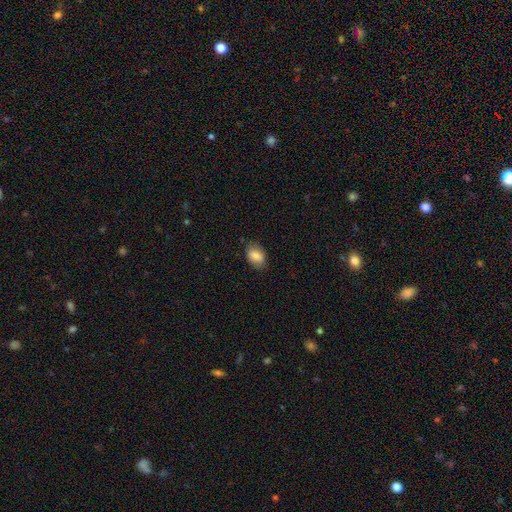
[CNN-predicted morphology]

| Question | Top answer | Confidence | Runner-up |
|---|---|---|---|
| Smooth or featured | smooth | 83% | featured or disk (10%) |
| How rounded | in between | 84% | round (14%) |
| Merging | none | 79% | minor disturbance (16%) |